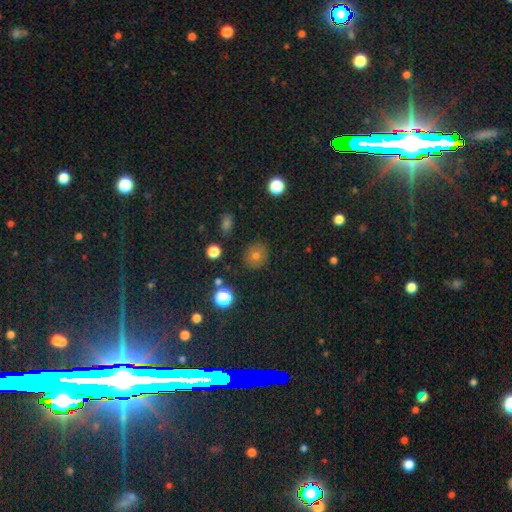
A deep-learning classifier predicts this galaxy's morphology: type=smooth (67%); roundness=round (89%); merging=none (87%).